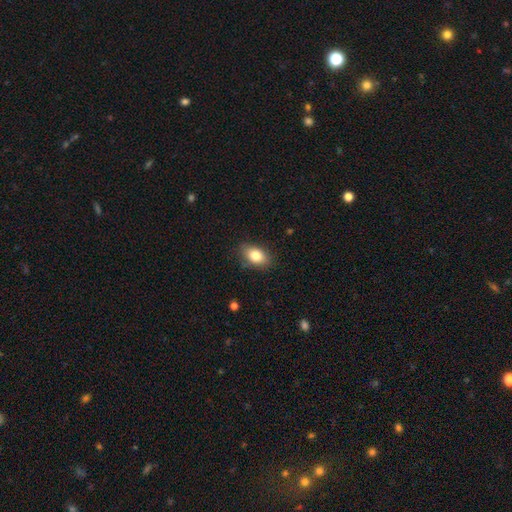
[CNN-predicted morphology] Smooth or featured?
  - smooth: 82% *
  - featured or disk: 10%
  - star or artifact: 8%
How rounded?
  - in between: 86% *
  - round: 12%
  - cigar-shaped: 2%
Merging?
  - none: 82% *
  - minor disturbance: 14%
  - major disturbance: 3%
  - merger: 1%